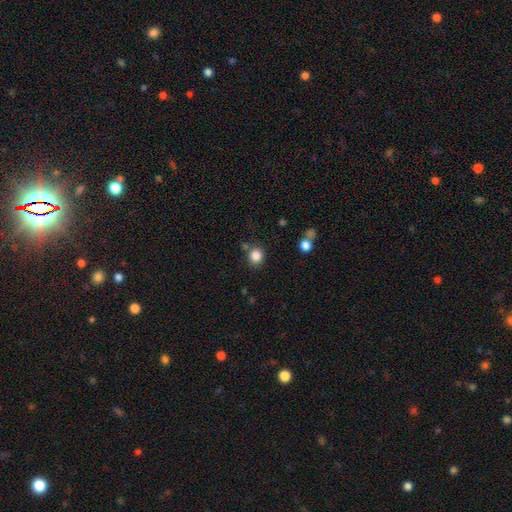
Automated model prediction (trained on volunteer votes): A smooth galaxy with no disk features (84%) that is round (82%). Merging: none (79%).